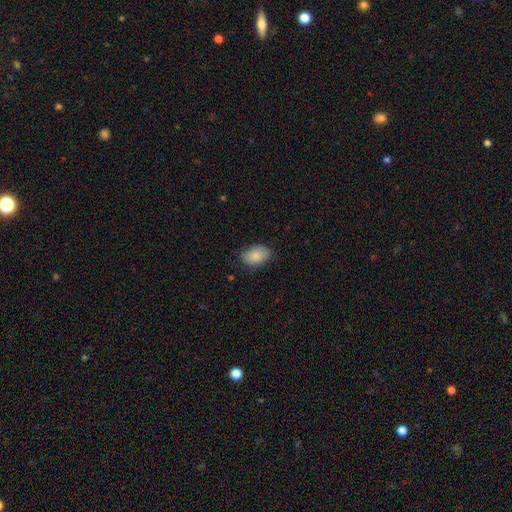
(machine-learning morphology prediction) Q: Smooth or featured?
A: smooth (87%); runner-up: star or artifact (7%)
Q: How rounded?
A: in between (87%); runner-up: round (12%)
Q: Merging?
A: none (79%); runner-up: minor disturbance (16%)